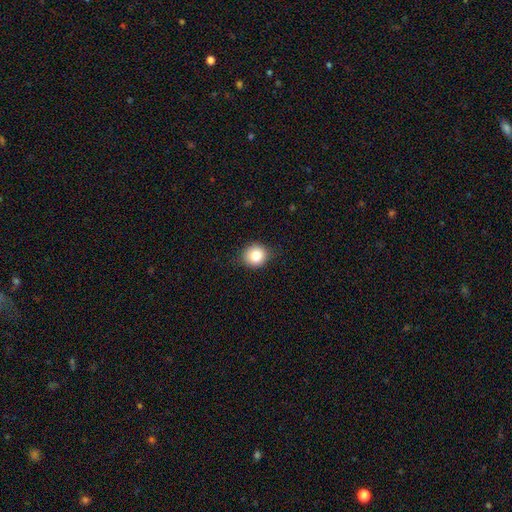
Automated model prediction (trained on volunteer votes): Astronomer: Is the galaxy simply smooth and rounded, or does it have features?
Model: smooth — 82%.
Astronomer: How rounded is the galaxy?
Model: round — 85%.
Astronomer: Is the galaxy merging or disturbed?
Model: none — 86%.